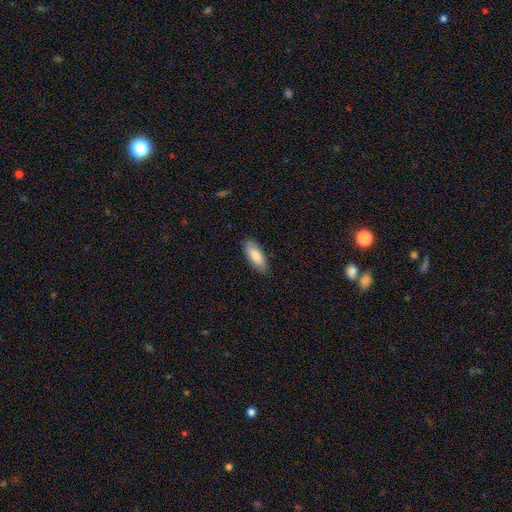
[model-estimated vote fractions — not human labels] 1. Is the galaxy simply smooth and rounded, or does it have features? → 81% smooth, 14% featured or disk, 6% star or artifact.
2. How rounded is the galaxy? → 77% in between, 22% cigar-shaped, 2% round.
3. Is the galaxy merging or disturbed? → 86% none, 11% minor disturbance, 2% major disturbance, 1% merger.